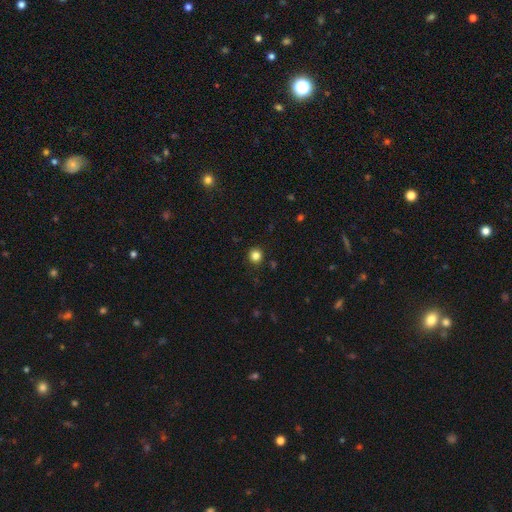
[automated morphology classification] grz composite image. It shows a smooth galaxy with no disk features (83%) that is round (93%). Merging: none (92%).